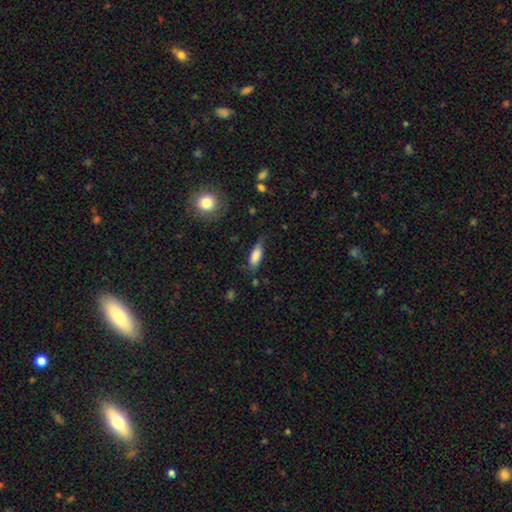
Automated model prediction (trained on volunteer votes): This appears to be a smooth galaxy with no disk features (81%) that is in between round and cigar-shaped (71%). Merging: none (57%).